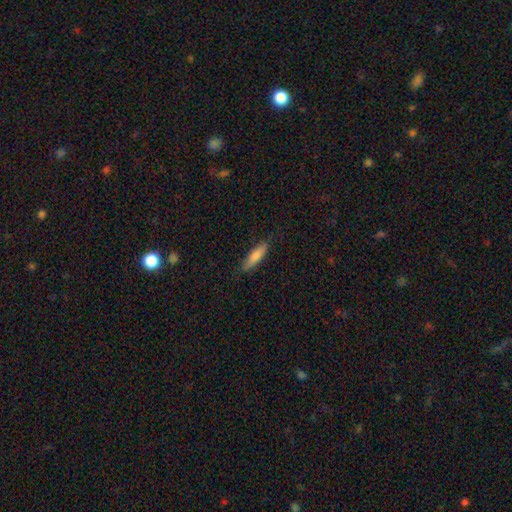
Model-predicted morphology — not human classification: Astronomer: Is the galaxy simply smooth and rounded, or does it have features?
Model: smooth — 74%.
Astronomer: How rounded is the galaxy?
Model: cigar-shaped — 74%.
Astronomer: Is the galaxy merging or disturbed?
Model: none — 85%.